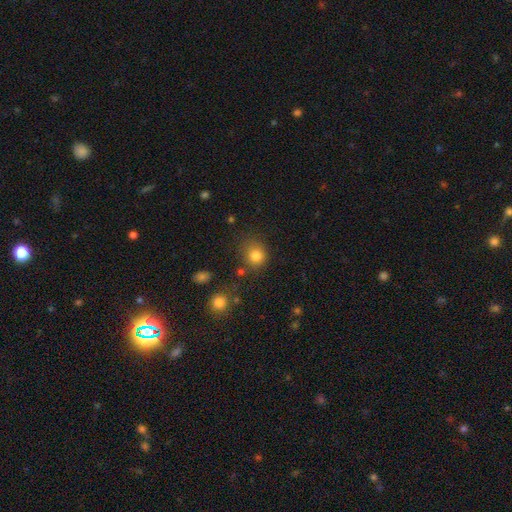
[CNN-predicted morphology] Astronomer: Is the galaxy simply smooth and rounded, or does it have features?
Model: smooth — 82%.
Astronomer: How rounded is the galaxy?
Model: round — 83%.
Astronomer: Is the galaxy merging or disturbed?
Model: none — 74%.